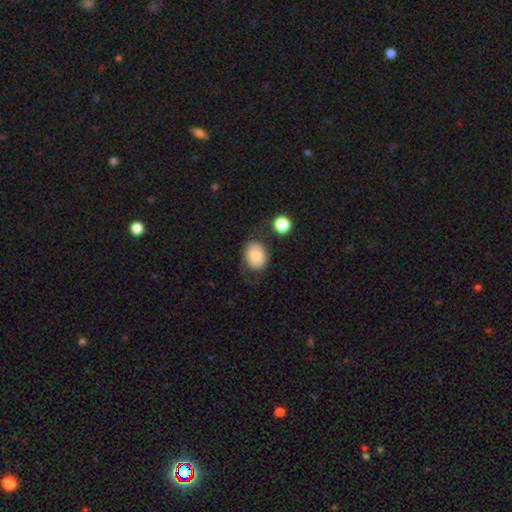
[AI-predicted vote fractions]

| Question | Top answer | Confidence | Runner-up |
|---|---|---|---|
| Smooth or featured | smooth | 75% | featured or disk (16%) |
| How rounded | in between | 56% | round (43%) |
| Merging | none | 67% | minor disturbance (19%) |